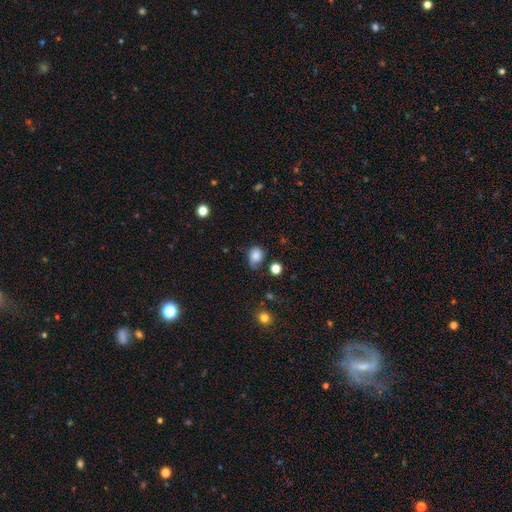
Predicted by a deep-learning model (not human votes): Overall: smooth (76%). How rounded: round (50%; in between 49%). Merging: none (46%; minor disturbance 36%).